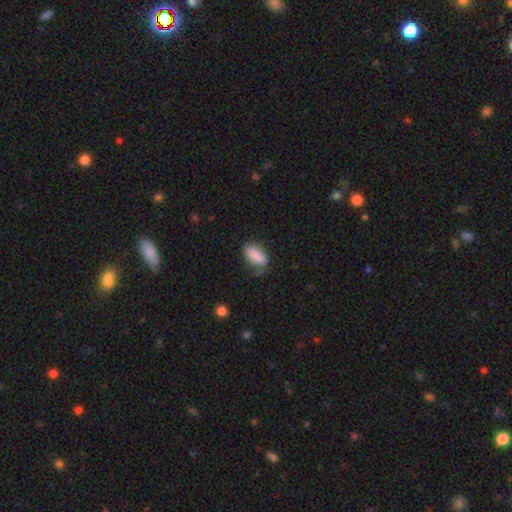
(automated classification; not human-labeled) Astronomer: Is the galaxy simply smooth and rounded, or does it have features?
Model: smooth — 85%.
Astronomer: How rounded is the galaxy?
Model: in between — 84%.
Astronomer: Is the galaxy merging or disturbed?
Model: none — 59%.